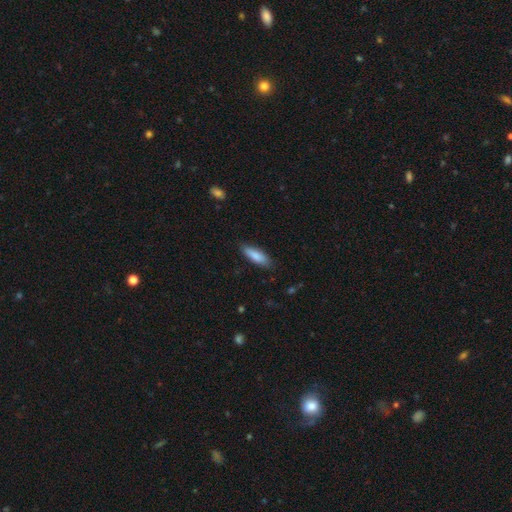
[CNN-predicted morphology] A smooth galaxy with no disk features (84%) that is cigar-shaped (53%).

Vote fractions:
- Smooth or featured? smooth: 84% / featured or disk: 10% / star or artifact: 6%
- How rounded? cigar-shaped: 53% / in between: 46% / round: 2%
- Merging? none: 83% / minor disturbance: 13% / major disturbance: 2% / merger: 1%